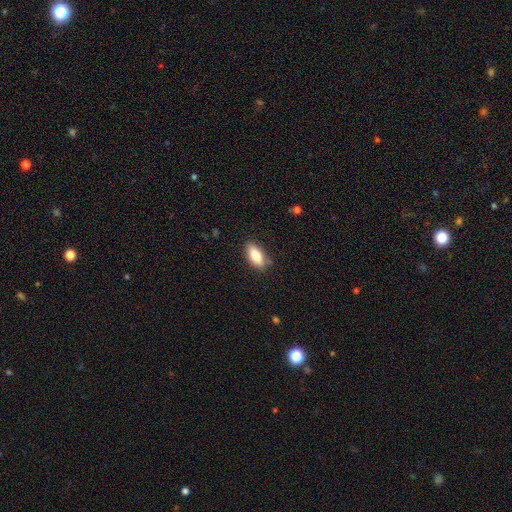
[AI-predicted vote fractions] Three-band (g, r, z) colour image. It shows a smooth galaxy with no disk features (77%) that is in between round and cigar-shaped (84%). Merging: none (81%).